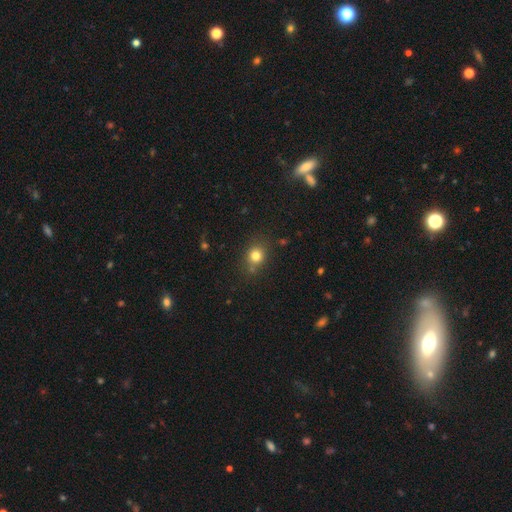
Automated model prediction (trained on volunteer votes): Smooth or featured?
  - smooth: 79% *
  - star or artifact: 13%
  - featured or disk: 8%
How rounded?
  - round: 74% *
  - in between: 25%
  - cigar-shaped: 1%
Merging?
  - none: 76% *
  - minor disturbance: 14%
  - merger: 6%
  - major disturbance: 4%